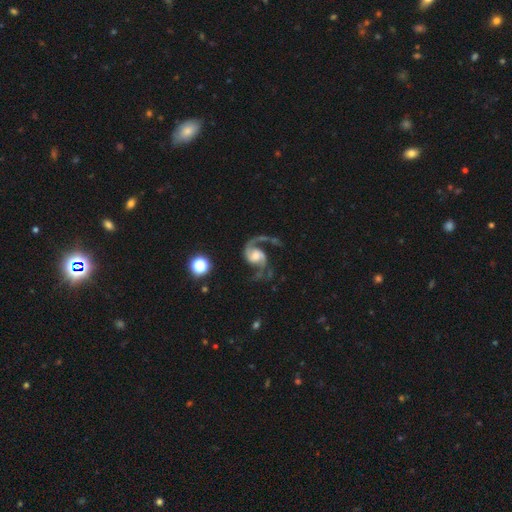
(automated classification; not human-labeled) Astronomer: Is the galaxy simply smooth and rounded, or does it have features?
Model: featured or disk — 92%.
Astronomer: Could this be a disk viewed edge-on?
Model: no — 98%.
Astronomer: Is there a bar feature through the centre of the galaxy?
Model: no — 53% (runner-up: weak, 37%).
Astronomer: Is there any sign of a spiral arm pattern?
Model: yes — 98%.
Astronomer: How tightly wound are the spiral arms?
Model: medium — 50% (runner-up: loose, 39%).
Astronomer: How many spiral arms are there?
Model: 2 — 90%.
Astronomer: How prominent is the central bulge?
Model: moderate — 43% (runner-up: large, 23%).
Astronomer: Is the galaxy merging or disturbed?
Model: none — 62%.